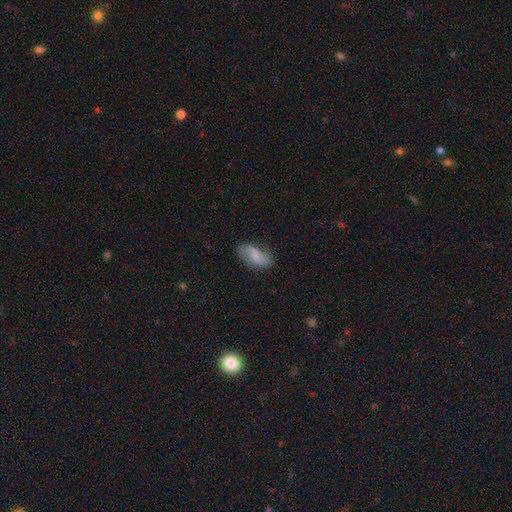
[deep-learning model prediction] smooth-or-featured: smooth: 49% | featured or disk: 43% | star or artifact: 8%
  merging: none: 72% | minor disturbance: 20% | major disturbance: 6% | merger: 2%